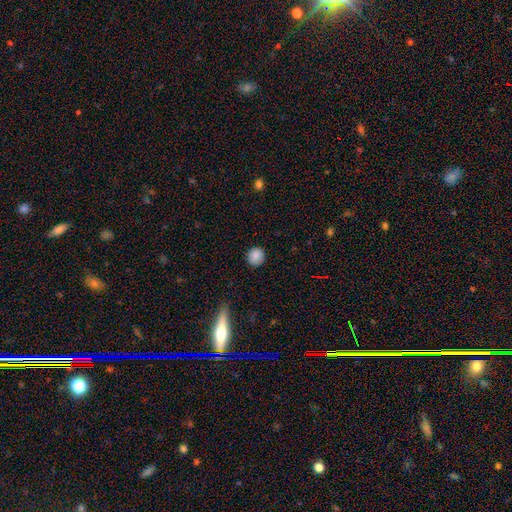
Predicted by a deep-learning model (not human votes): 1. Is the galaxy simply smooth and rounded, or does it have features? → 87% smooth, 8% star or artifact, 4% featured or disk.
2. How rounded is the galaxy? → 88% round, 11% in between, 1% cigar-shaped.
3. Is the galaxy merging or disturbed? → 88% none, 8% minor disturbance, 2% major disturbance, 1% merger.